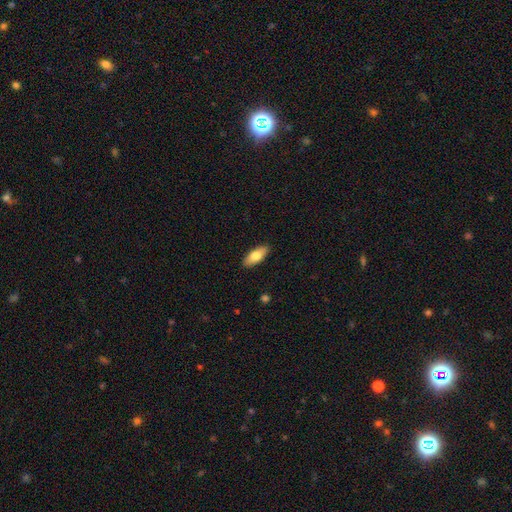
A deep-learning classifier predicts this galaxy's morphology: A smooth galaxy with no disk features (74%) that is in between round and cigar-shaped (78%).

Vote fractions:
- Smooth or featured? smooth: 74% / featured or disk: 20% / star or artifact: 6%
- How rounded? in between: 78% / cigar-shaped: 20% / round: 2%
- Merging? none: 90% / minor disturbance: 8% / major disturbance: 2% / merger: 1%